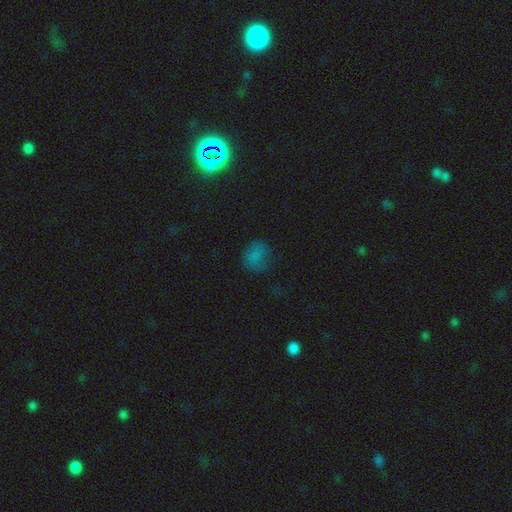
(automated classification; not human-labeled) Smooth or featured: smooth — 67% (star or artifact — 21%)
How rounded: round — 64% (in between — 35%)
Merging: none — 54% (minor disturbance — 27%)